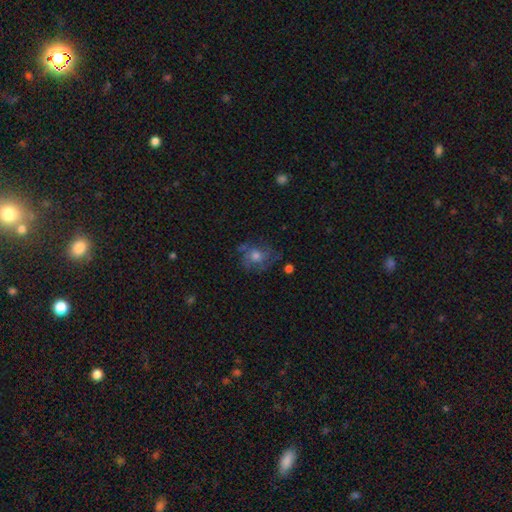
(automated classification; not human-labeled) featured or disk 53%, smooth 31%, star or artifact 15%. Down the decision tree: edge-on disk — no (96%); bar — no (82%); spiral arms — yes (75%); bulge size — moderate (64%); merging — none (66%).